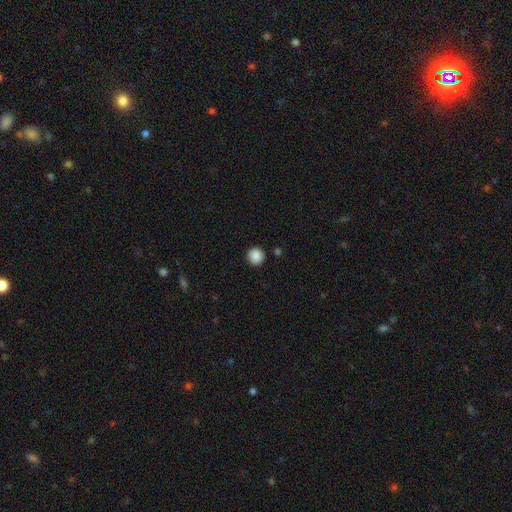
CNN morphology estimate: The model was most divided on "smooth or featured": smooth: 88%, star or artifact: 9%, featured or disk: 3%. More confident: how rounded — round (95%); merging — none (91%).